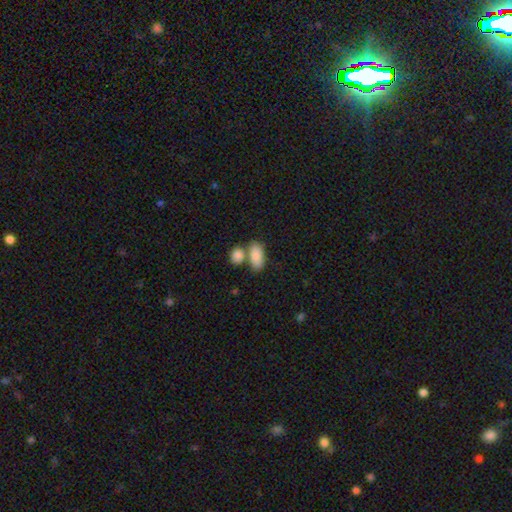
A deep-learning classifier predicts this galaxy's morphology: smooth_or_featured: smooth (p=0.86) [alt: featured or disk p=0.07]
how_rounded: in between (p=0.91) [alt: round p=0.05]
merging: none (p=0.44) [alt: merger p=0.40]